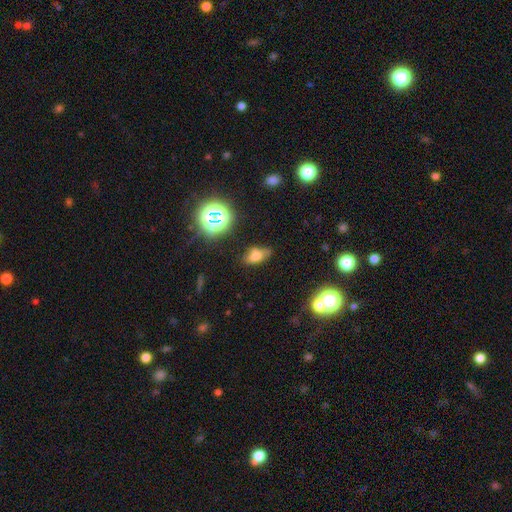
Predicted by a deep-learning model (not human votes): Morphology: type=smooth (62%); roundness=in between (85%); merging=none (65%).